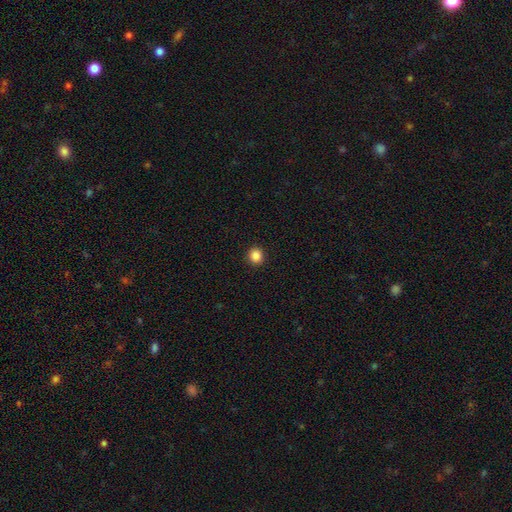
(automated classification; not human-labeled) Smooth or featured?
  - smooth: 86% *
  - star or artifact: 11%
  - featured or disk: 3%
How rounded?
  - round: 92% *
  - in between: 7%
  - cigar-shaped: 1%
Merging?
  - none: 93% *
  - minor disturbance: 4%
  - major disturbance: 2%
  - merger: 1%